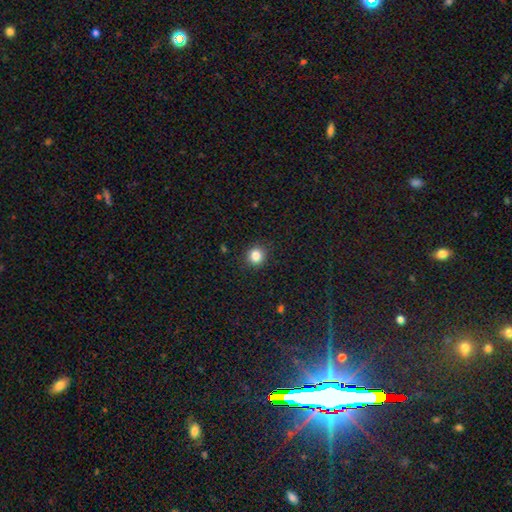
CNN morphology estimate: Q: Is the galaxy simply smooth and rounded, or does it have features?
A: smooth — 85%.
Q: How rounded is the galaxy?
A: round — 91%.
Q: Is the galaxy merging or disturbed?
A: none — 91%.